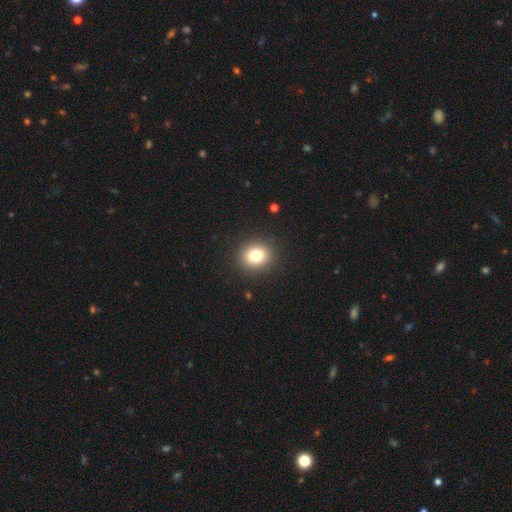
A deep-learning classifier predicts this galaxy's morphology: Smooth or featured? Predicted: smooth (p=0.81). How rounded? Predicted: round (p=0.75). Merging? Predicted: none (p=0.90).